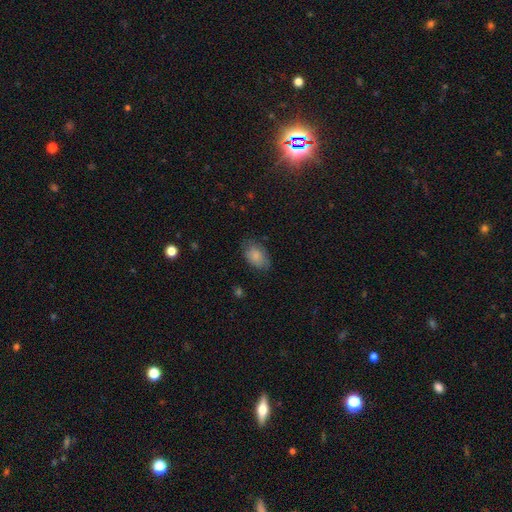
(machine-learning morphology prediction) smooth-or-featured: smooth: 82% | featured or disk: 11% | star or artifact: 7%
  how-rounded: in between: 89% | round: 10% | cigar-shaped: 1%
  merging: none: 70% | minor disturbance: 23% | major disturbance: 6% | merger: 1%